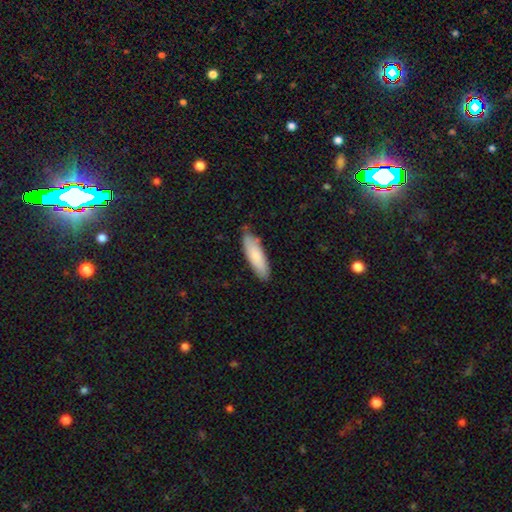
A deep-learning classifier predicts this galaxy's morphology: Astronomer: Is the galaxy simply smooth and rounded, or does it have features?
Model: smooth — 81%.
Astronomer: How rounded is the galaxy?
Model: cigar-shaped — 56% (runner-up: in between, 43%).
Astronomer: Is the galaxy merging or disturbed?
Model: none — 82%.